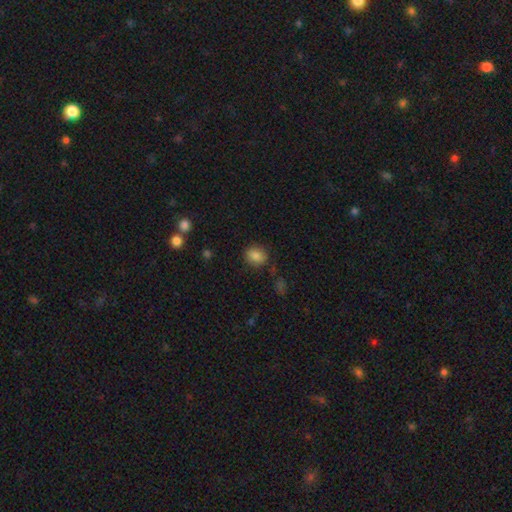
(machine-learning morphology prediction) A smooth galaxy with no disk features (83%) that is round (61%).

Vote fractions:
- Smooth or featured? smooth: 83% / star or artifact: 10% / featured or disk: 7%
- How rounded? round: 61% / in between: 38% / cigar-shaped: 1%
- Merging? none: 83% / minor disturbance: 12% / major disturbance: 3% / merger: 2%